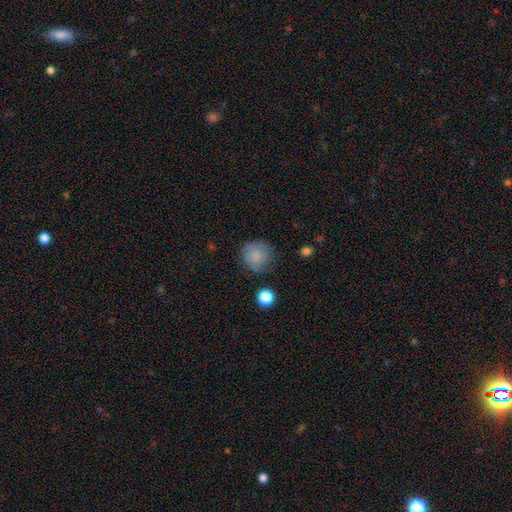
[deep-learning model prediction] Smooth or featured? Predicted: smooth (p=0.80). How rounded? Predicted: round (p=0.90). Merging? Predicted: none (p=0.73).